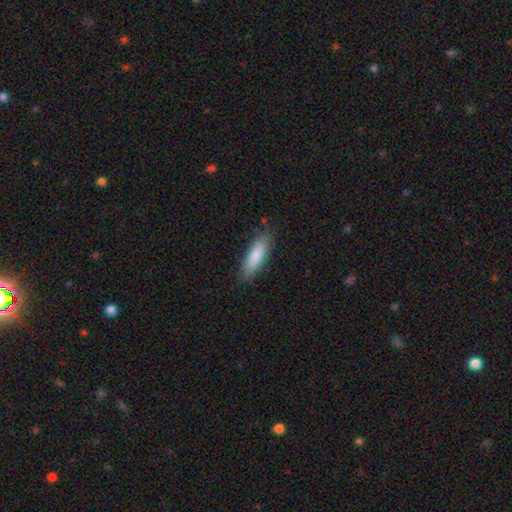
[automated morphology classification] Smooth or featured?
  - smooth: 83% *
  - featured or disk: 12%
  - star or artifact: 6%
How rounded?
  - in between: 50% *
  - cigar-shaped: 49%
  - round: 2%
Merging?
  - none: 83% *
  - minor disturbance: 13%
  - major disturbance: 3%
  - merger: 1%